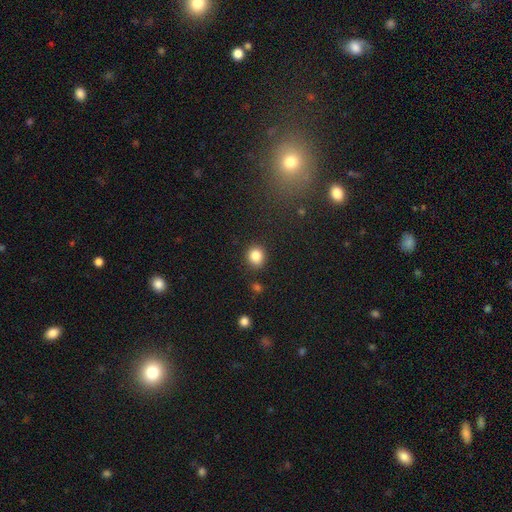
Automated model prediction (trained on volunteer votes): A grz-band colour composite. It shows a smooth galaxy with no disk features (85%) that is round (77%). Merging: none (85%).